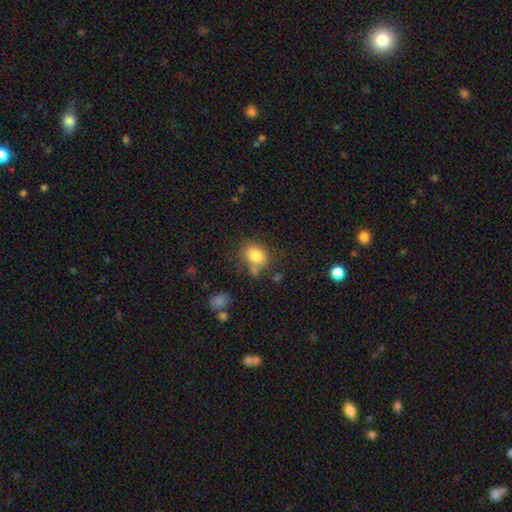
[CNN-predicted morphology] type=smooth (81%); roundness=in between (54%); merging=none (59%).